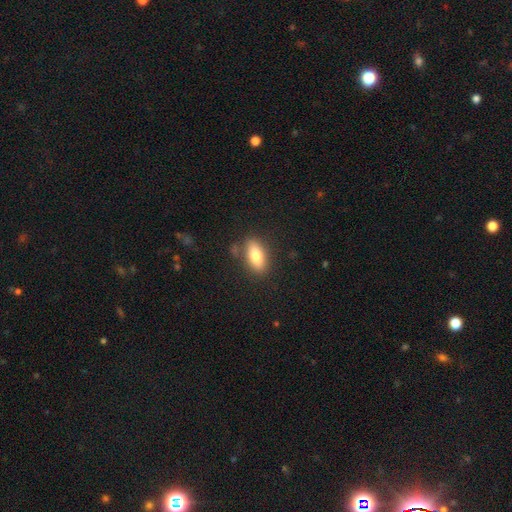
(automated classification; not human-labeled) A smooth galaxy with no disk features (75%) that is in between round and cigar-shaped (81%).

Vote fractions:
- Smooth or featured? smooth: 75% / featured or disk: 18% / star or artifact: 7%
- How rounded? in between: 81% / cigar-shaped: 15% / round: 4%
- Merging? none: 80% / minor disturbance: 12% / merger: 4% / major disturbance: 4%